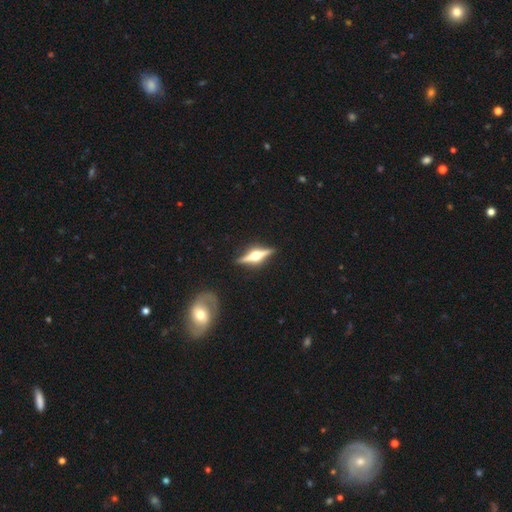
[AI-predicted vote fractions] smooth-or-featured: featured or disk: 84% | smooth: 11% | star or artifact: 5%
  disk-edge-on: yes: 97% | no: 3%
    edge-on-bulge: rounded: 96% | boxy: 3% | none: 1%
  merging: none: 88% | minor disturbance: 8% | major disturbance: 2% | merger: 2%